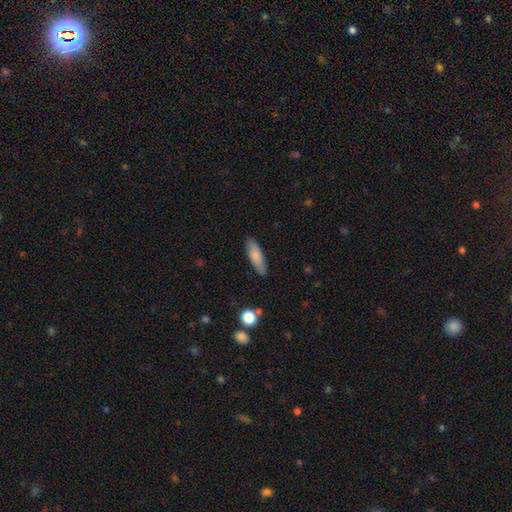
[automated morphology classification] type=smooth (81%); roundness=cigar-shaped (53%); merging=none (85%).